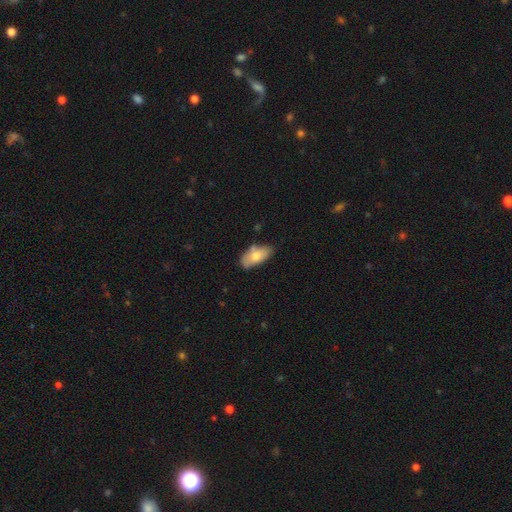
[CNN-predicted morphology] A smooth galaxy with no disk features (71%) that is in between round and cigar-shaped (92%).

Vote fractions:
- Smooth or featured? smooth: 71% / featured or disk: 23% / star or artifact: 6%
- How rounded? in between: 92% / cigar-shaped: 5% / round: 3%
- Merging? none: 57% / minor disturbance: 31% / major disturbance: 6% / merger: 6%